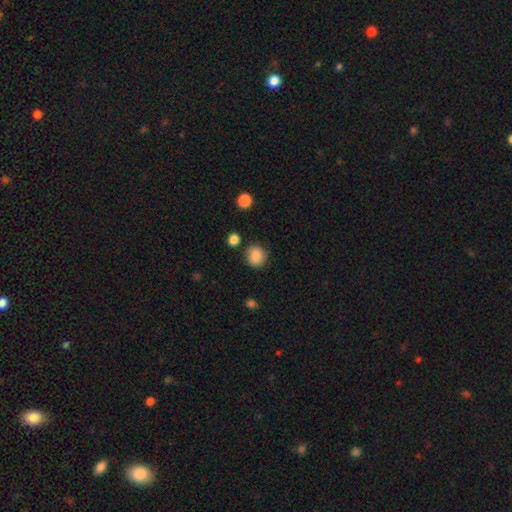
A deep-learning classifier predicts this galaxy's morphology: smooth_or_featured: smooth (p=0.87) [alt: star or artifact p=0.09]
how_rounded: round (p=0.82) [alt: in between p=0.17]
merging: none (p=0.83) [alt: minor disturbance p=0.11]